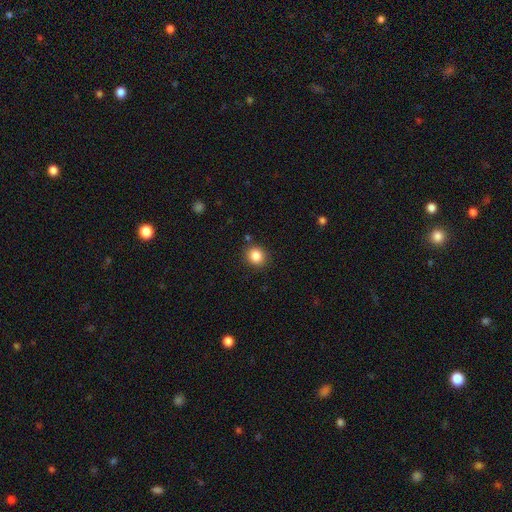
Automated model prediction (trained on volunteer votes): This is clearly a smooth galaxy (85%). How rounded: likely round (78%). Merging: clearly none (87%).